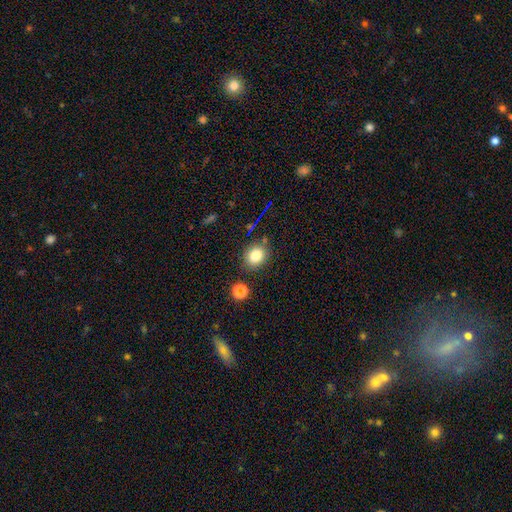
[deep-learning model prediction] Smooth or featured?
  - smooth: 81% *
  - star or artifact: 12%
  - featured or disk: 7%
How rounded?
  - round: 70% *
  - in between: 29%
  - cigar-shaped: 1%
Merging?
  - none: 82% *
  - minor disturbance: 10%
  - merger: 6%
  - major disturbance: 3%